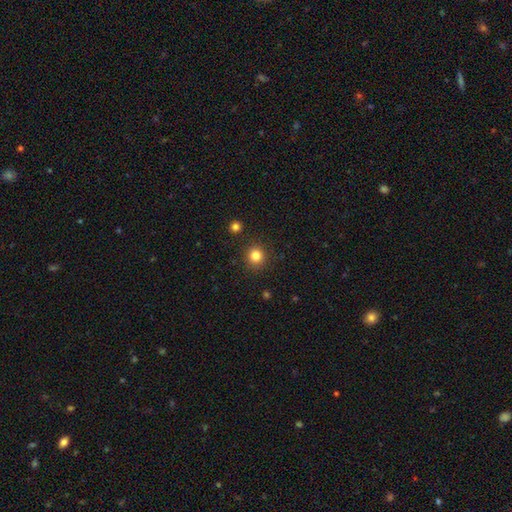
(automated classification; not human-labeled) A smooth galaxy with no disk features (82%) that is round (92%). Merging: none (90%).